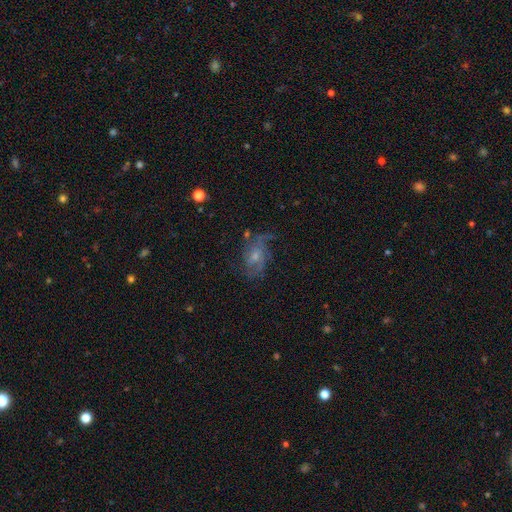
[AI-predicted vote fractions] featured or disk 72%, smooth 18%, star or artifact 10%. Down the decision tree: edge-on disk — no (97%); bar — no (57%); spiral arms — yes (88%); spiral arm count — 2 (31%); spiral winding — medium (43%); bulge size — small (54%); merging — none (53%).